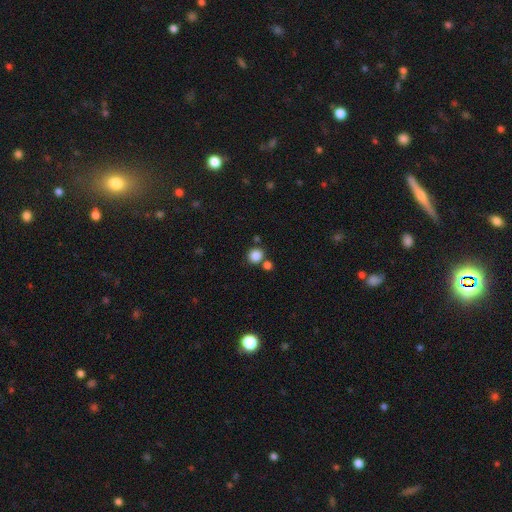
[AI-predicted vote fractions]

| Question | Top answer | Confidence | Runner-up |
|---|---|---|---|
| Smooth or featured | smooth | 85% | star or artifact (11%) |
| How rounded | round | 89% | in between (11%) |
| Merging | none | 73% | merger (15%) |